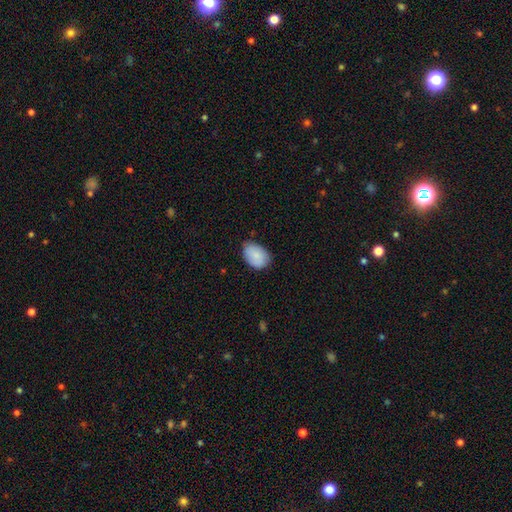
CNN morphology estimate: smooth-or-featured: smooth: 87% | star or artifact: 7% | featured or disk: 6%
  how-rounded: in between: 83% | round: 16% | cigar-shaped: 1%
  merging: none: 71% | minor disturbance: 24% | major disturbance: 3% | merger: 1%